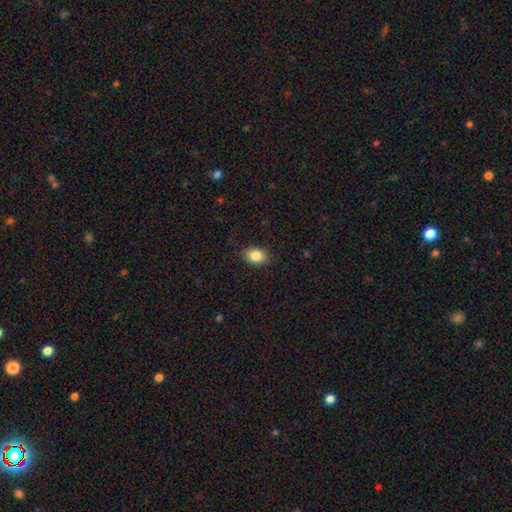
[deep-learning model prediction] Smooth or featured: smooth — 85% (star or artifact — 8%)
How rounded: in between — 81% (round — 18%)
Merging: none — 87% (minor disturbance — 10%)